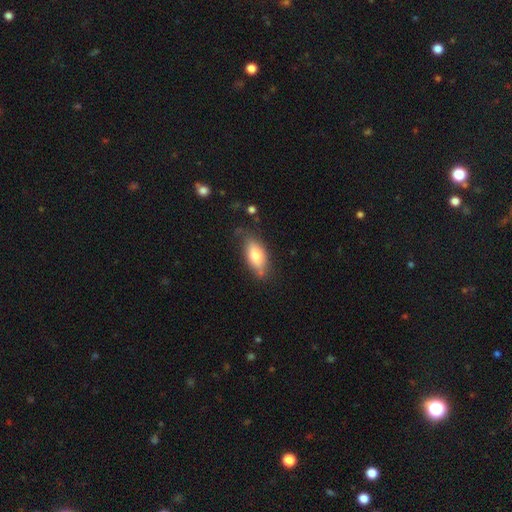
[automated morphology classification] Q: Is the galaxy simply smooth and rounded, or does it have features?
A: smooth — 71%.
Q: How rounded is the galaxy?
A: in between — 82%.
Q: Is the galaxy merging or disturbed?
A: none — 69%.